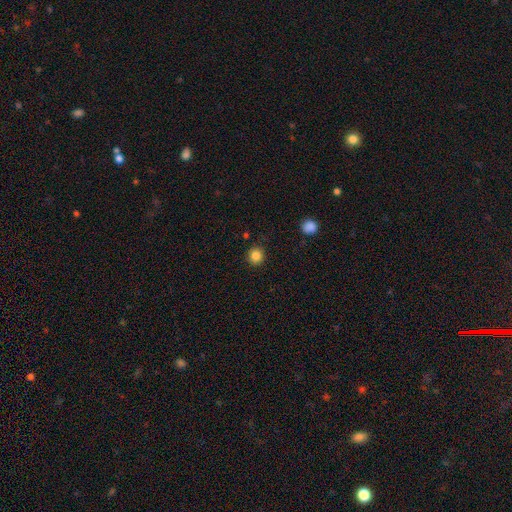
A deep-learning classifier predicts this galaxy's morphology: Q: Smooth or featured?
A: smooth (85%); runner-up: star or artifact (11%)
Q: How rounded?
A: round (92%); runner-up: in between (7%)
Q: Merging?
A: none (89%); runner-up: minor disturbance (7%)